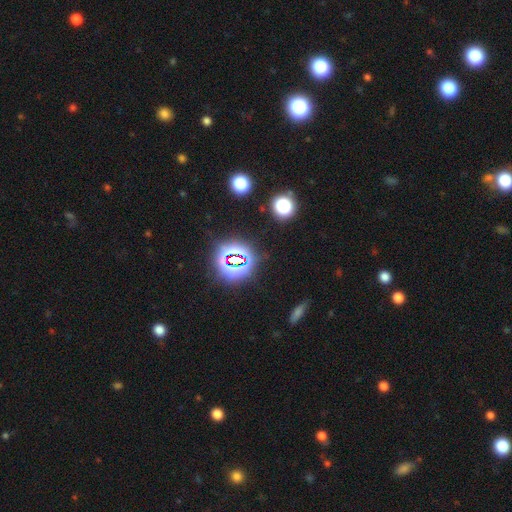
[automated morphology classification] smooth-or-featured: star or artifact: 77% | smooth: 15% | featured or disk: 8%